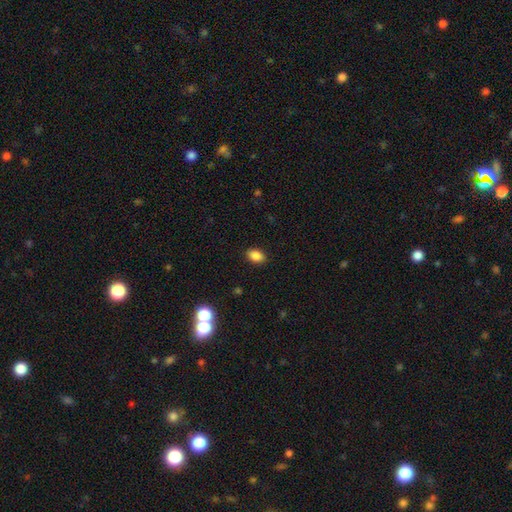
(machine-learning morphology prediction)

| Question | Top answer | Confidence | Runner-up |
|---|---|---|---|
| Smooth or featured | smooth | 85% | star or artifact (10%) |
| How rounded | in between | 82% | round (16%) |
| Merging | none | 89% | minor disturbance (8%) |